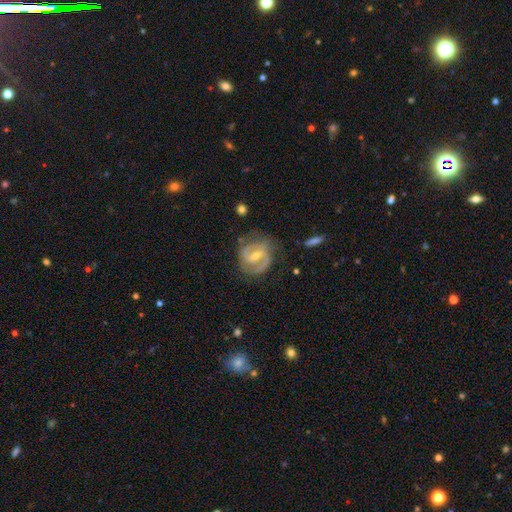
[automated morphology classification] Q: Smooth or featured?
A: featured or disk (82%); runner-up: smooth (13%)
Q: Edge-on disk?
A: no (97%); runner-up: yes (3%)
Q: Bar?
A: weak (50%); runner-up: strong (36%)
Q: Spiral arms?
A: yes (91%); runner-up: no (9%)
Q: Spiral winding?
A: medium (51%); runner-up: tight (27%)
Q: Spiral arm count?
A: 2 (80%); runner-up: can't tell (8%)
Q: Bulge size?
A: moderate (51%); runner-up: small (44%)
Q: Merging?
A: none (67%); runner-up: minor disturbance (21%)